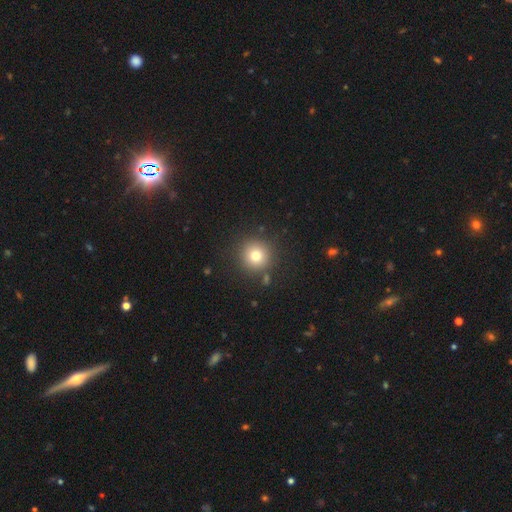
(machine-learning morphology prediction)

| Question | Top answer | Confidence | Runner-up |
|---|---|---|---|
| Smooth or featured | smooth | 77% | star or artifact (14%) |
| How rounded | round | 95% | in between (5%) |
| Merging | none | 87% | minor disturbance (7%) |